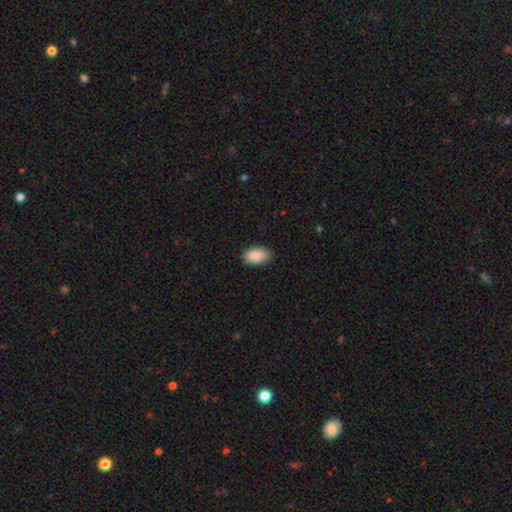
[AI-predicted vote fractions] A smooth galaxy with no disk features (90%) that is in between round and cigar-shaped (94%).

Vote fractions:
- Smooth or featured? smooth: 90% / star or artifact: 6% / featured or disk: 4%
- How rounded? in between: 94% / round: 4% / cigar-shaped: 2%
- Merging? none: 86% / minor disturbance: 11% / major disturbance: 2% / merger: 1%